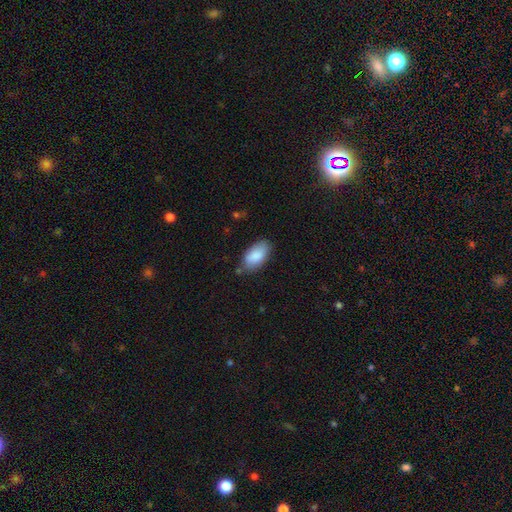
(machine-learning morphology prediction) Smooth or featured? smooth (87%)
How rounded? in between (94%)
Merging? none (75%)